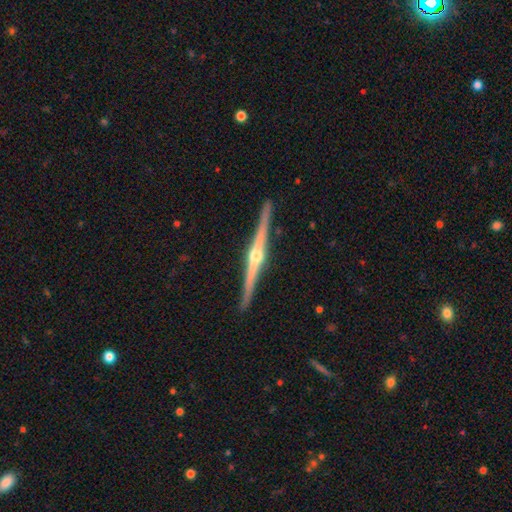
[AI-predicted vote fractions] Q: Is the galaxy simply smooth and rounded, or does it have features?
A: featured or disk — 89%.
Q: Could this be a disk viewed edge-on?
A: yes — 99%.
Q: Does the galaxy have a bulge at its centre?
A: rounded — 94%.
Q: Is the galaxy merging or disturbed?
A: none — 92%.